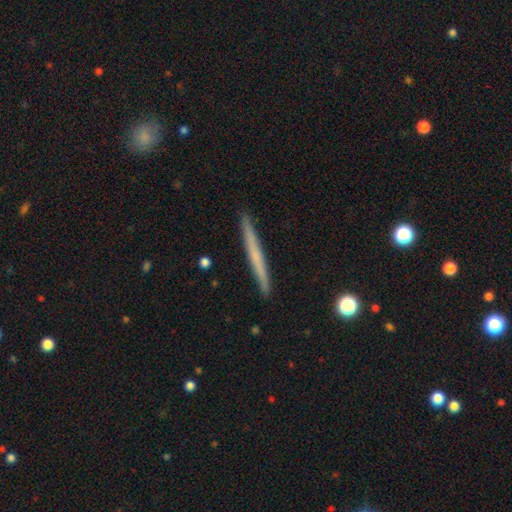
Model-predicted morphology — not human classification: smooth 48%, featured or disk 46%, star or artifact 6%. Down the decision tree: merging — none (92%).